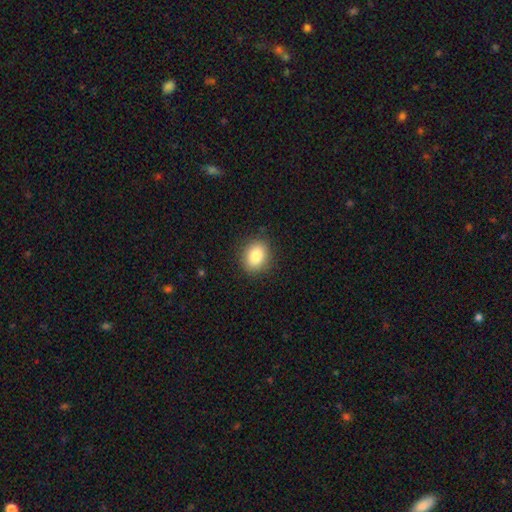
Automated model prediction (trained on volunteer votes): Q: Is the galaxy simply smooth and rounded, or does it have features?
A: smooth — 85%.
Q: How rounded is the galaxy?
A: round — 53%.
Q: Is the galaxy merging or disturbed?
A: none — 88%.